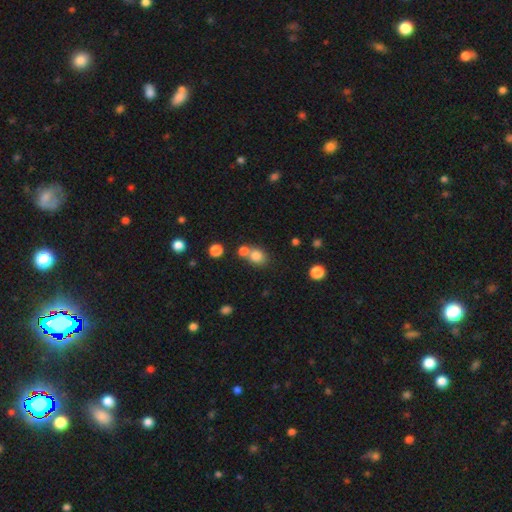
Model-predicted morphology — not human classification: type=smooth (80%); roundness=round (69%); merging=none (52%).